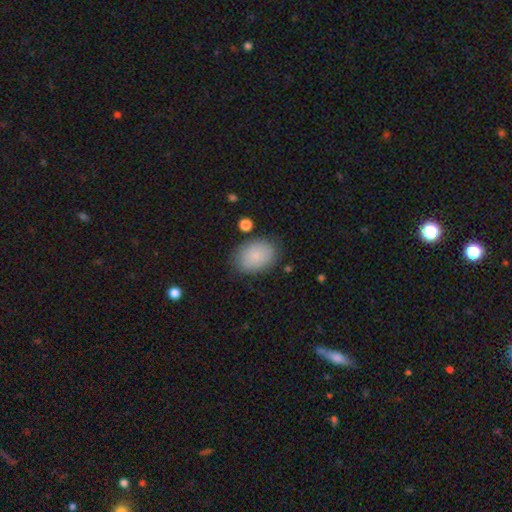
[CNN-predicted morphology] smooth 86%, featured or disk 7%, star or artifact 7%. Down the decision tree: how rounded — in between (81%); merging — none (81%).